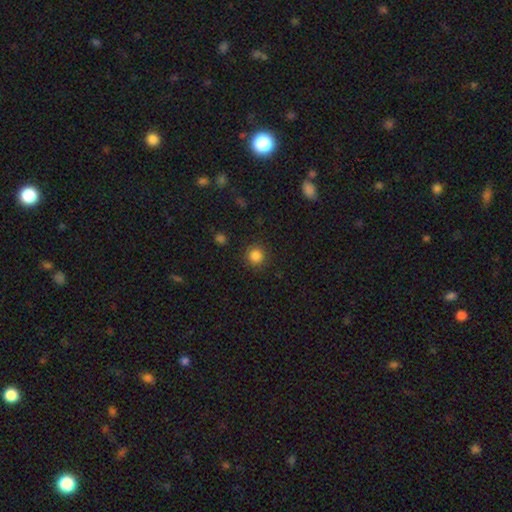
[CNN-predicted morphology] A smooth galaxy with no disk features (85%) that is round (94%).

Vote fractions:
- Smooth or featured? smooth: 85% / star or artifact: 11% / featured or disk: 4%
- How rounded? round: 94% / in between: 5% / cigar-shaped: 1%
- Merging? none: 90% / minor disturbance: 6% / major disturbance: 2% / merger: 1%